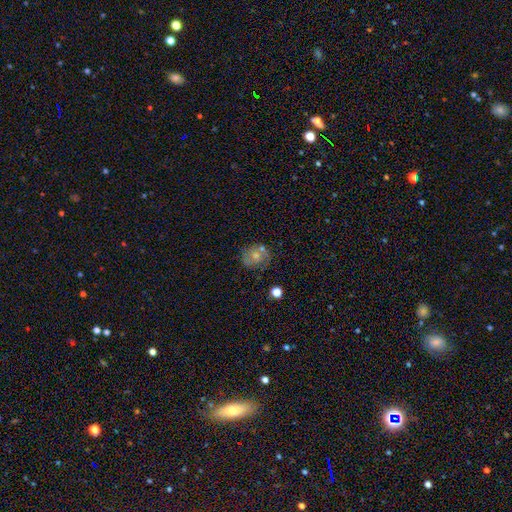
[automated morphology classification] smooth_or_featured: featured or disk (p=0.51) [alt: smooth p=0.32]
disk_edge_on: no (p=0.97) [alt: yes p=0.03]
merging: none (p=0.70) [alt: minor disturbance p=0.16]